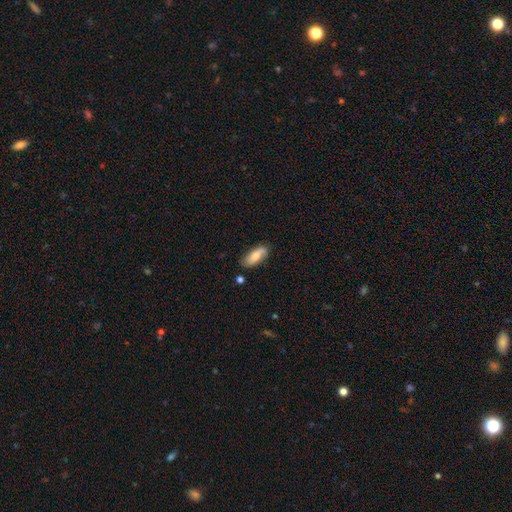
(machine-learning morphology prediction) Q: Smooth or featured?
A: smooth (70%); runner-up: featured or disk (24%)
Q: How rounded?
A: in between (77%); runner-up: cigar-shaped (20%)
Q: Merging?
A: none (71%); runner-up: minor disturbance (21%)